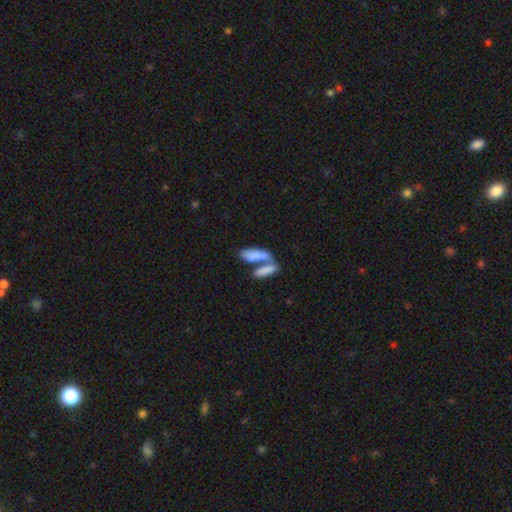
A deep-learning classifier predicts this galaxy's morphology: Smooth or featured: smooth — 78% (featured or disk — 15%)
How rounded: in between — 57% (cigar-shaped — 40%)
Merging: merger — 59% (none — 28%)